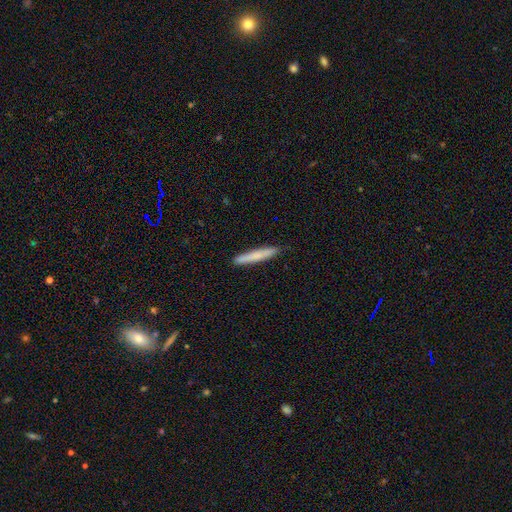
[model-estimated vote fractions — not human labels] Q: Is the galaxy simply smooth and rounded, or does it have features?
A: smooth — 74%.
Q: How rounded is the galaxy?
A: cigar-shaped — 96%.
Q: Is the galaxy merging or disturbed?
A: none — 91%.